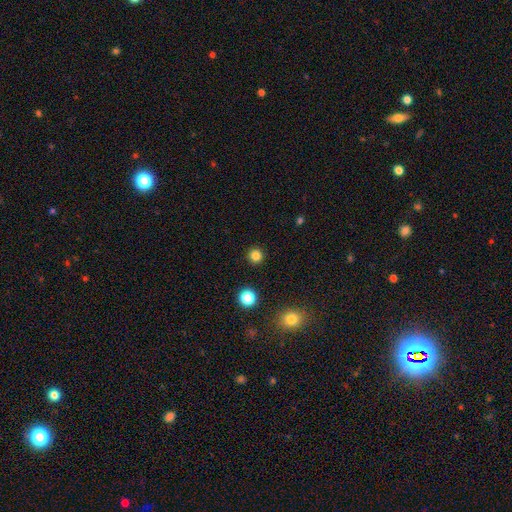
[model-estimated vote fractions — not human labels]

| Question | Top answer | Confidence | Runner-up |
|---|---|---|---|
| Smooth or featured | smooth | 82% | star or artifact (14%) |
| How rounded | round | 95% | in between (4%) |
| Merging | none | 92% | minor disturbance (5%) |